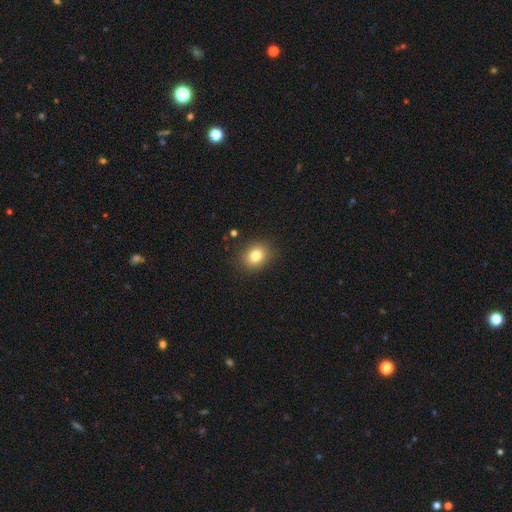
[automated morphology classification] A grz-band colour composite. It shows a smooth galaxy with no disk features (80%) that is round (56%). Merging: none (87%).